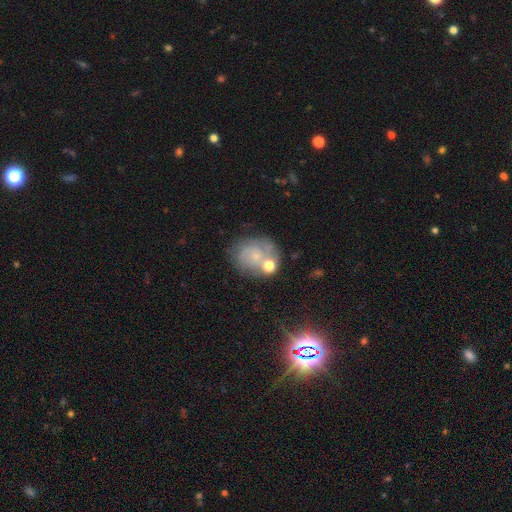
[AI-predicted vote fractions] Overall: featured or disk (52%; smooth 33%). Edge-on disk: no (97%). Bar: no (76%). Spiral arms: yes (72%). Bulge size: small (65%). Merging: none (52%; minor disturbance 20%).